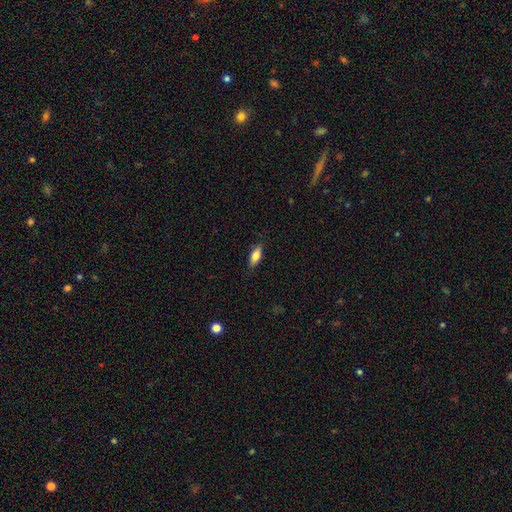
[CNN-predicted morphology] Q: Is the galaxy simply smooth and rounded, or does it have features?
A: smooth — 77%.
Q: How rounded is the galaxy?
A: in between — 74%.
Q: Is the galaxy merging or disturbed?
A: none — 83%.